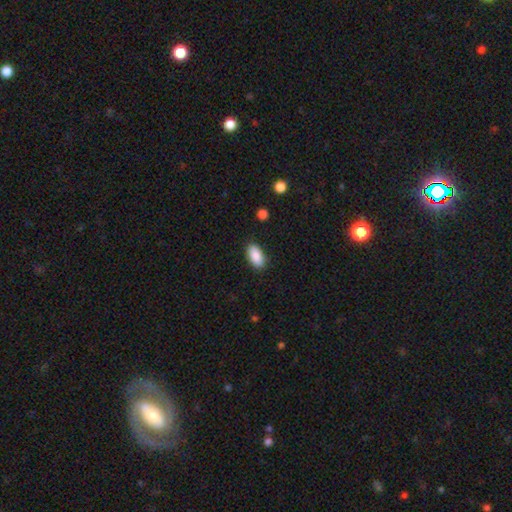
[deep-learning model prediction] smooth_or_featured: smooth (p=0.89) [alt: star or artifact p=0.07]
how_rounded: in between (p=0.92) [alt: cigar-shaped p=0.05]
merging: none (p=0.87) [alt: minor disturbance p=0.10]